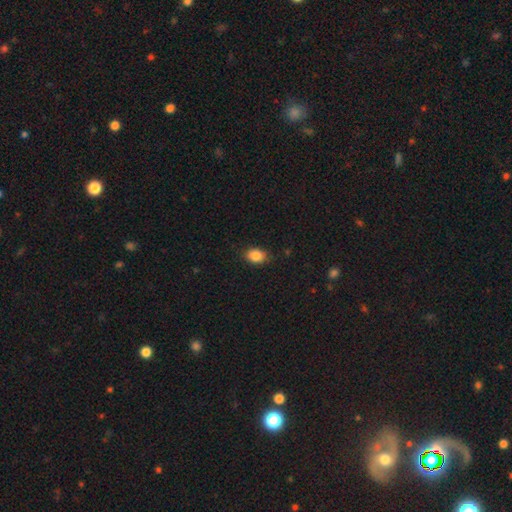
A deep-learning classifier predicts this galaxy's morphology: type=smooth (87%); roundness=in between (72%); merging=none (82%).